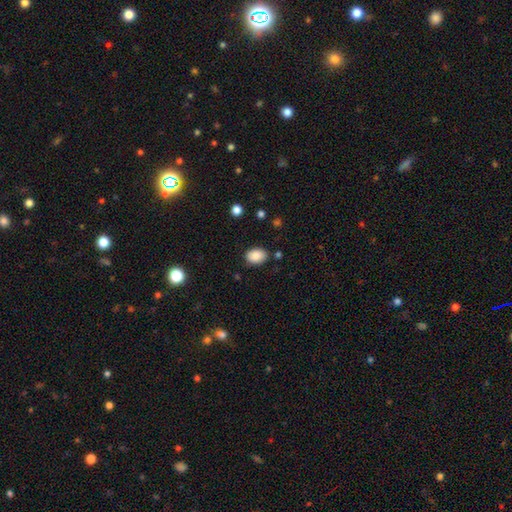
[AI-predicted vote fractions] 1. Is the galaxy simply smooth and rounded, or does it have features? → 88% smooth, 8% star or artifact, 4% featured or disk.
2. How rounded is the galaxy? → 80% in between, 19% round, 1% cigar-shaped.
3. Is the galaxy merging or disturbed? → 83% none, 12% minor disturbance, 3% major disturbance, 2% merger.